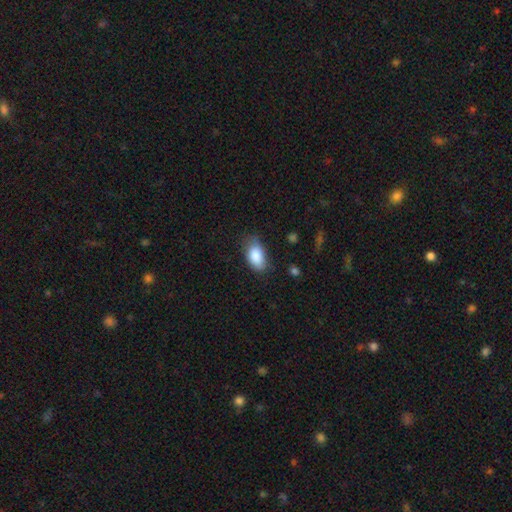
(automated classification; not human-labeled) Smooth or featured? smooth (85%)
How rounded? in between (92%)
Merging? none (70%)